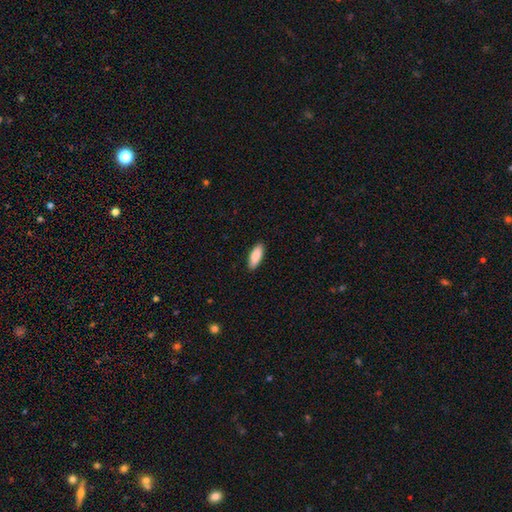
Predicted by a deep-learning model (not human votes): Smooth or featured? Predicted: smooth (p=0.88). How rounded? Predicted: in between (p=0.70). Merging? Predicted: none (p=0.89).